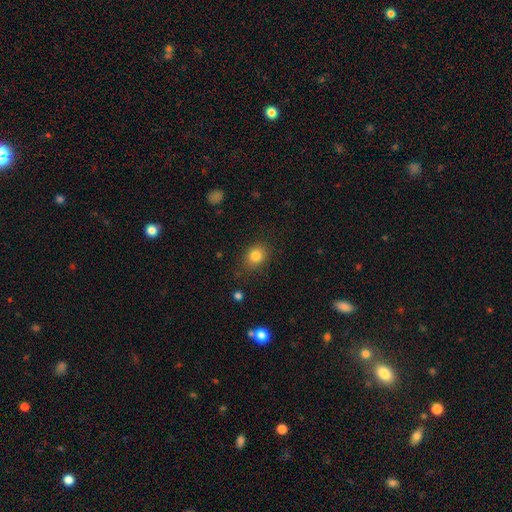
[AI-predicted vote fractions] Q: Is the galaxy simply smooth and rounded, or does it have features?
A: smooth — 82%.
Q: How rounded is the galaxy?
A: round — 57%.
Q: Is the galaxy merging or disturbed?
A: none — 82%.